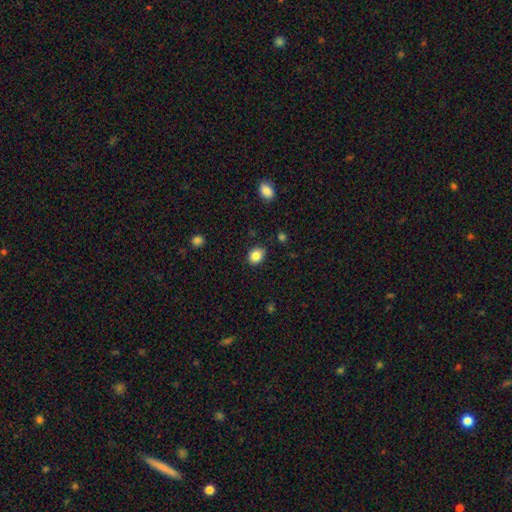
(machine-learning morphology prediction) Smooth or featured?
  - smooth: 85% *
  - star or artifact: 10%
  - featured or disk: 6%
How rounded?
  - in between: 52% *
  - round: 47%
  - cigar-shaped: 1%
Merging?
  - none: 85% *
  - minor disturbance: 11%
  - major disturbance: 2%
  - merger: 1%